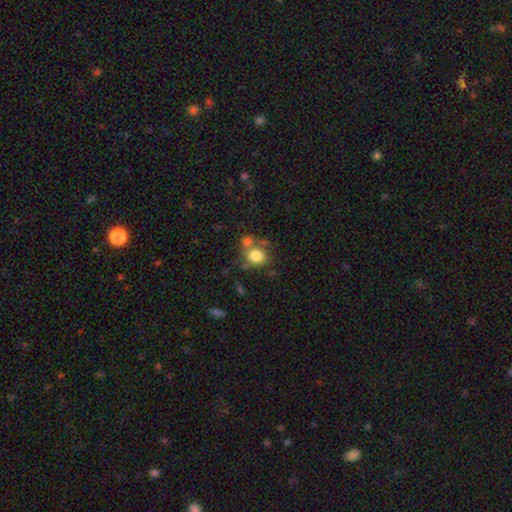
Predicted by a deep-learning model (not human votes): This appears to be a smooth galaxy with no disk features (80%) that is round (71%). Merging: none (55%).